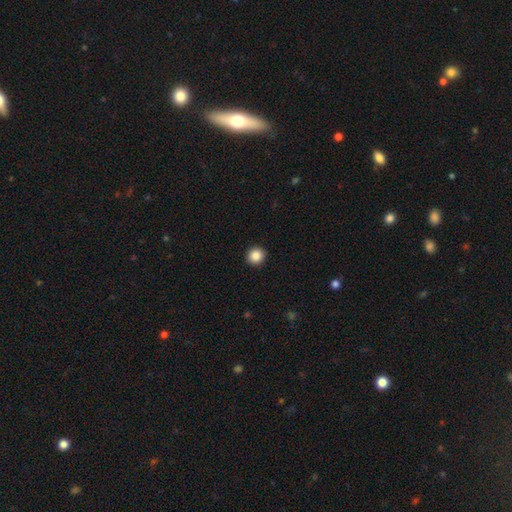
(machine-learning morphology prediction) Smooth or featured? smooth (87%)
How rounded? round (92%)
Merging? none (93%)